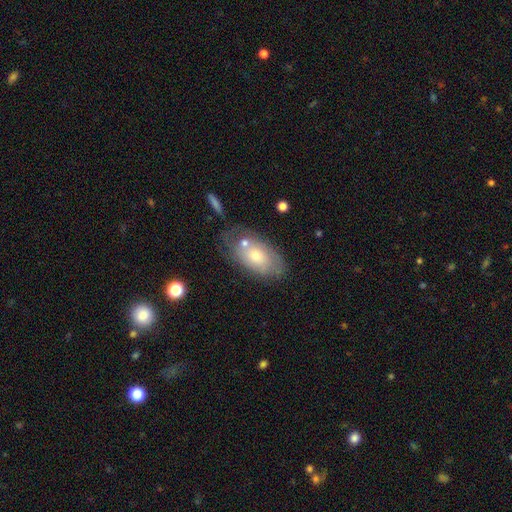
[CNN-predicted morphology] smooth_or_featured: smooth (p=0.55) [alt: featured or disk p=0.37]
how_rounded: in between (p=0.91) [alt: round p=0.06]
merging: none (p=0.58) [alt: minor disturbance p=0.21]